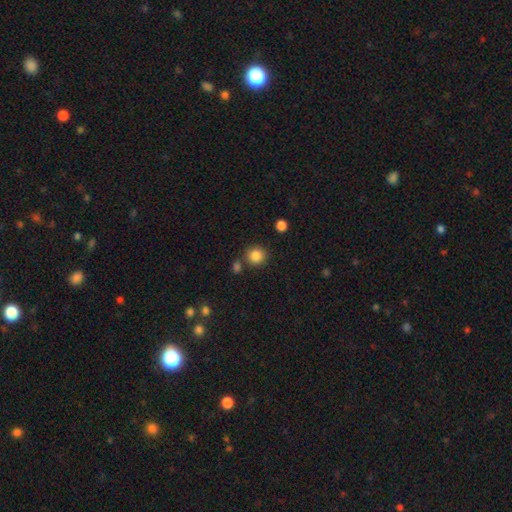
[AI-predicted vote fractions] Smooth or featured? Predicted: smooth (p=0.86). How rounded? Predicted: round (p=0.89). Merging? Predicted: none (p=0.79).